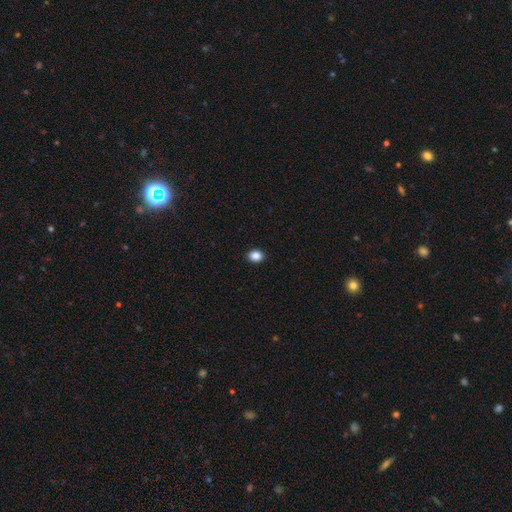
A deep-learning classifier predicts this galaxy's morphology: Smooth or featured?
  - smooth: 87% *
  - star or artifact: 10%
  - featured or disk: 3%
How rounded?
  - round: 52% *
  - in between: 47%
  - cigar-shaped: 1%
Merging?
  - none: 92% *
  - minor disturbance: 6%
  - major disturbance: 2%
  - merger: 1%